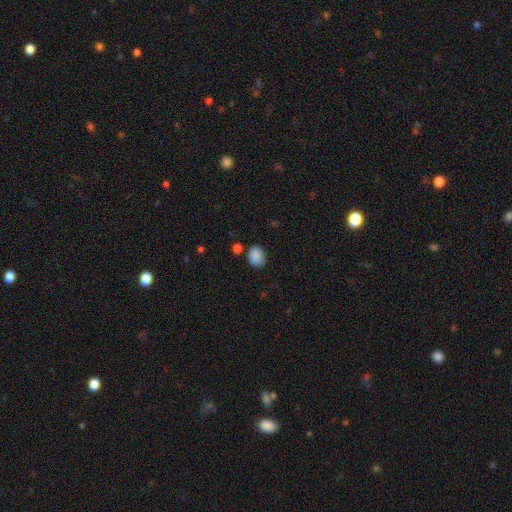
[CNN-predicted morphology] Smooth or featured?
  - smooth: 87% *
  - star or artifact: 8%
  - featured or disk: 5%
How rounded?
  - round: 59% *
  - in between: 40%
  - cigar-shaped: 1%
Merging?
  - none: 74% *
  - minor disturbance: 17%
  - merger: 5%
  - major disturbance: 4%